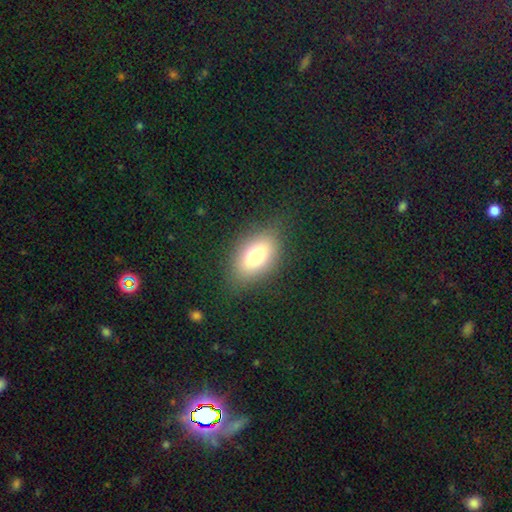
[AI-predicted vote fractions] Smooth or featured?
  - smooth: 76% *
  - featured or disk: 15%
  - star or artifact: 9%
How rounded?
  - in between: 87% *
  - round: 8%
  - cigar-shaped: 5%
Merging?
  - none: 81% *
  - minor disturbance: 13%
  - major disturbance: 5%
  - merger: 1%